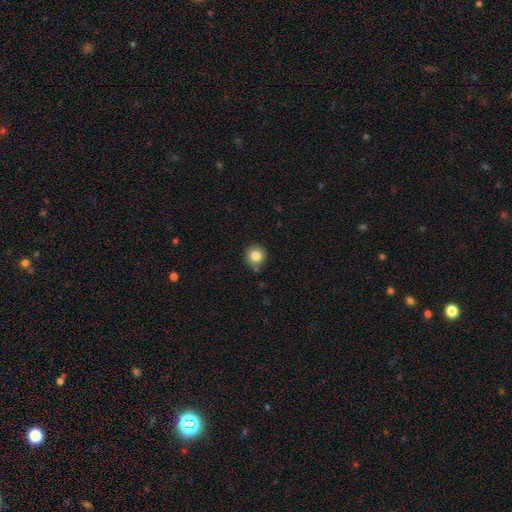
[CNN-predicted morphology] Q: Smooth or featured?
A: smooth (83%); runner-up: star or artifact (10%)
Q: How rounded?
A: round (92%); runner-up: in between (7%)
Q: Merging?
A: none (81%); runner-up: minor disturbance (13%)